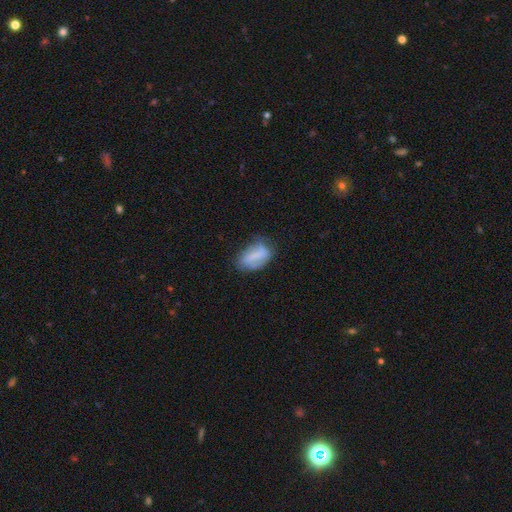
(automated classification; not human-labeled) Smooth or featured? Predicted: smooth (p=0.57). How rounded? Predicted: in between (p=0.87). Merging? Predicted: none (p=0.55).